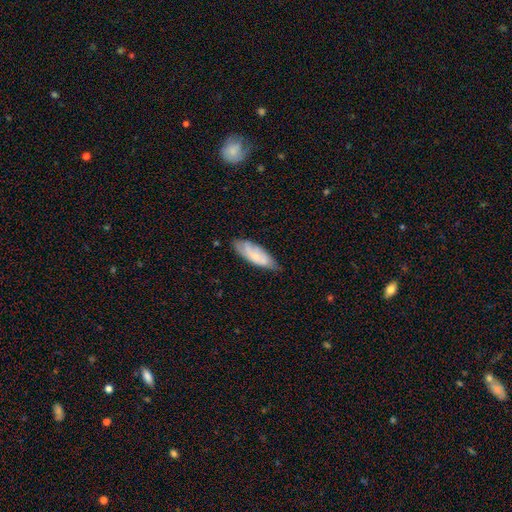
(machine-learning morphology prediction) Smooth or featured?
  - smooth: 64% *
  - featured or disk: 30%
  - star or artifact: 7%
How rounded?
  - in between: 65% *
  - cigar-shaped: 34%
  - round: 2%
Merging?
  - none: 64% *
  - minor disturbance: 28%
  - major disturbance: 6%
  - merger: 2%